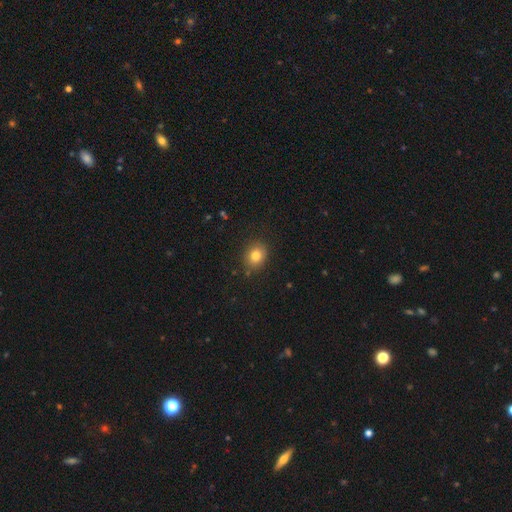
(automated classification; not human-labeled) Q: Smooth or featured?
A: smooth (81%); runner-up: star or artifact (11%)
Q: How rounded?
A: round (62%); runner-up: in between (37%)
Q: Merging?
A: none (86%); runner-up: minor disturbance (10%)